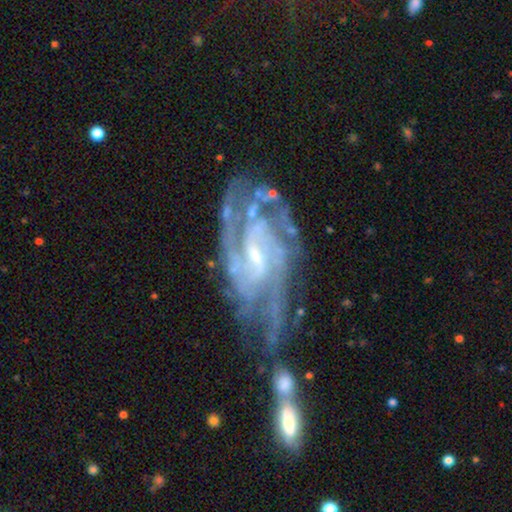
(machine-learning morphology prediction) type=featured or disk (90%); edge-on=no (96%); bar=weak (52%); spiral arms=yes (97%); winding=tight (49%); arm count=2 (30%); bulge=small (66%); merging=none (50%).